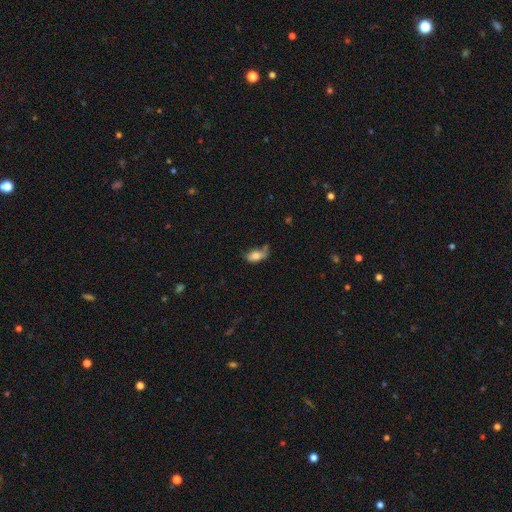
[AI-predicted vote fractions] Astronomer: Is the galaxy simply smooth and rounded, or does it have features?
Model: smooth — 77%.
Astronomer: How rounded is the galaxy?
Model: in between — 89%.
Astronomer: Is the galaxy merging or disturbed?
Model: none — 38% (runner-up: minor disturbance, 35%).